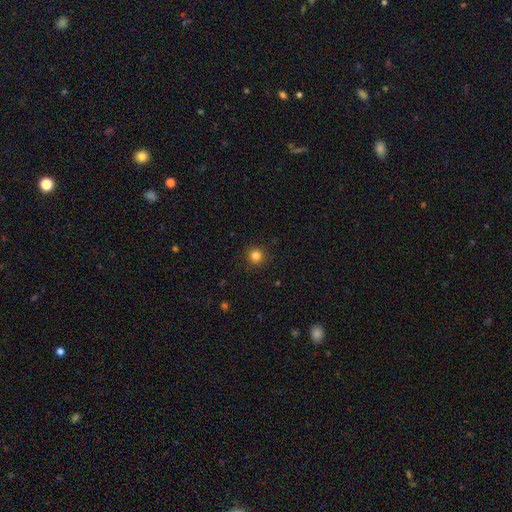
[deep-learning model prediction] Overall: smooth (82%). How rounded: round (95%). Merging: none (92%).